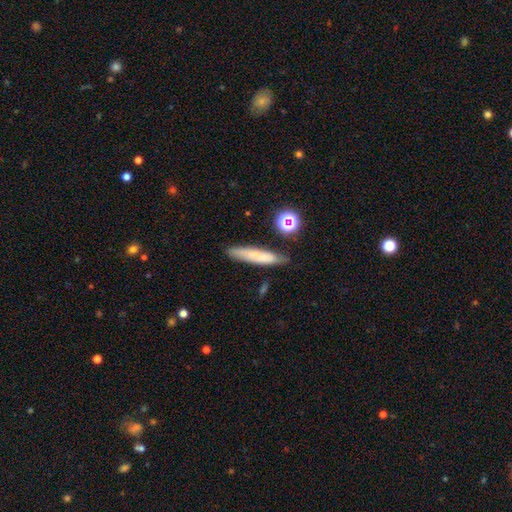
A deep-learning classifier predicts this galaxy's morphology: type=smooth (67%); roundness=cigar-shaped (88%); merging=none (78%).